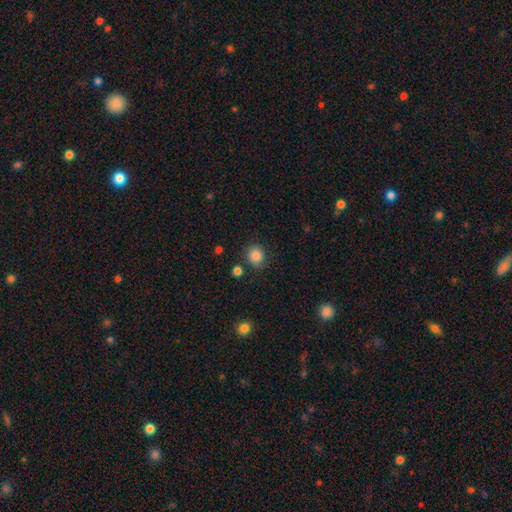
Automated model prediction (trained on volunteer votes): Smooth or featured? smooth (85%)
How rounded? round (84%)
Merging? none (82%)